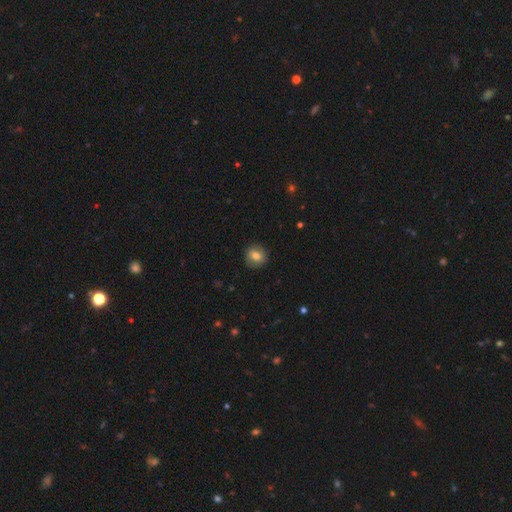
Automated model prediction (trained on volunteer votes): Q: Smooth or featured?
A: smooth (74%); runner-up: featured or disk (16%)
Q: How rounded?
A: round (84%); runner-up: in between (15%)
Q: Merging?
A: none (86%); runner-up: minor disturbance (11%)